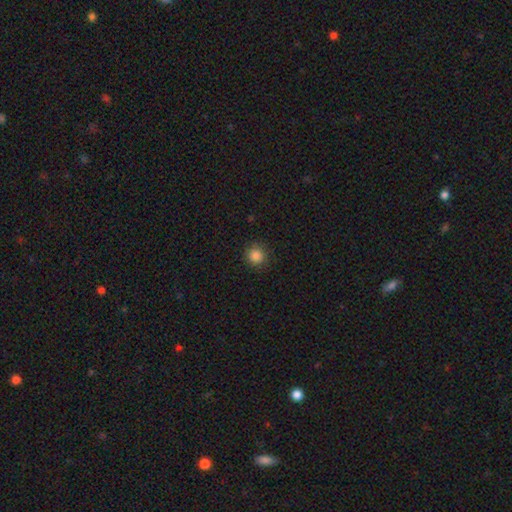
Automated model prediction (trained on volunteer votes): smooth 85%, star or artifact 11%, featured or disk 3%. Down the decision tree: how rounded — round (94%); merging — none (89%).